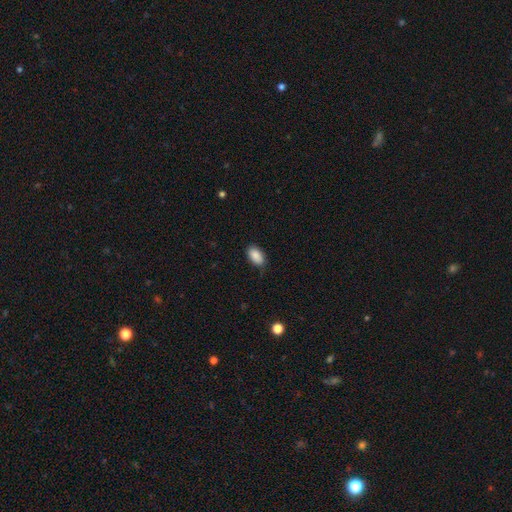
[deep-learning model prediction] Q: Smooth or featured?
A: smooth (89%); runner-up: star or artifact (7%)
Q: How rounded?
A: in between (93%); runner-up: round (5%)
Q: Merging?
A: none (78%); runner-up: minor disturbance (18%)